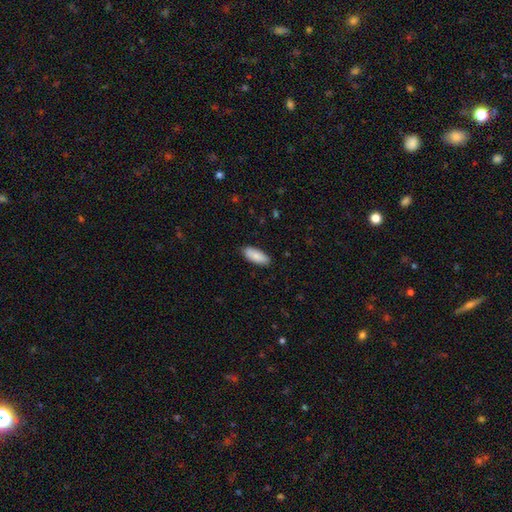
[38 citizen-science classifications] Q: Smooth or featured?
A: smooth (89%); runner-up: featured or disk (5%)
Q: How rounded?
A: in between (79%); runner-up: cigar-shaped (21%)
Q: Merging?
A: none (89%); runner-up: minor disturbance (11%)